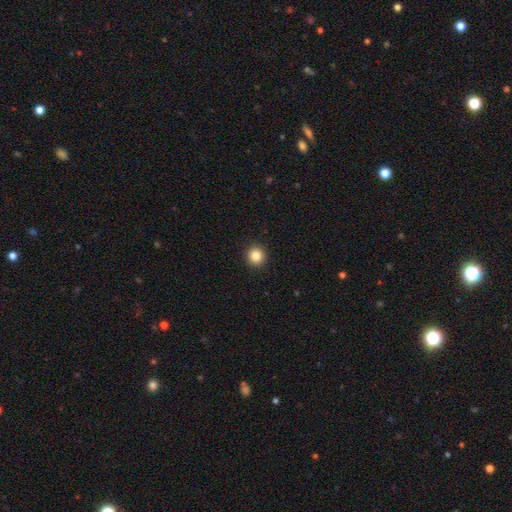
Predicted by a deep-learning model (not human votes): Q: Smooth or featured?
A: smooth (84%); runner-up: star or artifact (11%)
Q: How rounded?
A: round (94%); runner-up: in between (5%)
Q: Merging?
A: none (93%); runner-up: minor disturbance (4%)